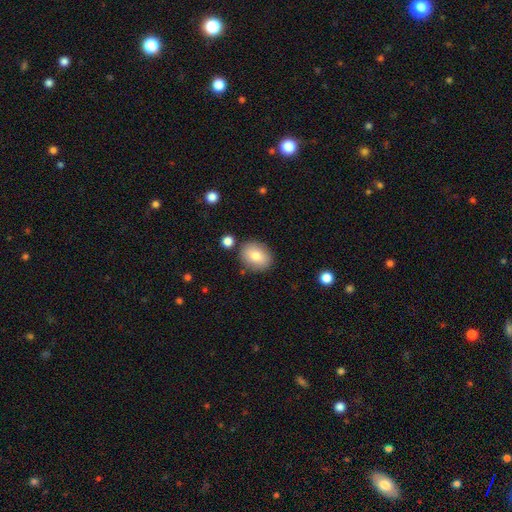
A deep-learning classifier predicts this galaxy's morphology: Smooth or featured?
  - smooth: 78% *
  - featured or disk: 14%
  - star or artifact: 8%
How rounded?
  - in between: 56% *
  - round: 43%
  - cigar-shaped: 1%
Merging?
  - none: 81% *
  - minor disturbance: 11%
  - merger: 4%
  - major disturbance: 3%